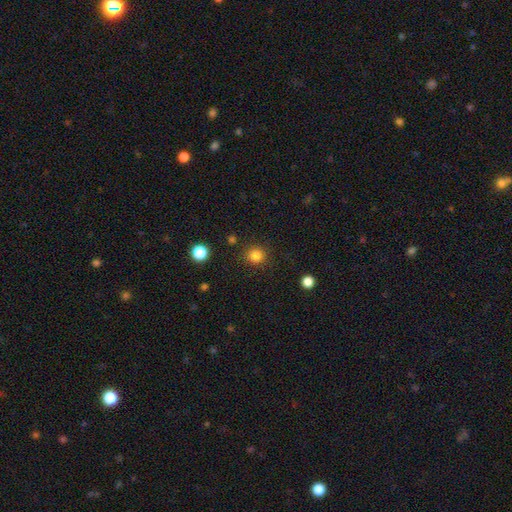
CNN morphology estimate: The model was most divided on "smooth or featured": smooth: 83%, star or artifact: 13%, featured or disk: 4%. More confident: how rounded — round (91%); merging — none (89%).